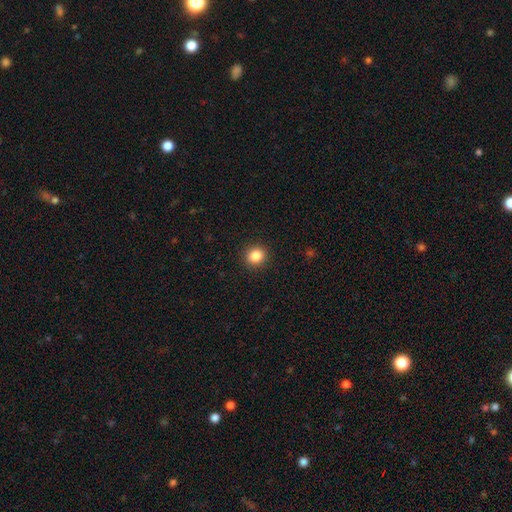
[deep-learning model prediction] A smooth galaxy with no disk features (85%) that is round (83%).

Vote fractions:
- Smooth or featured? smooth: 85% / star or artifact: 10% / featured or disk: 4%
- How rounded? round: 83% / in between: 16% / cigar-shaped: 1%
- Merging? none: 92% / minor disturbance: 5% / major disturbance: 2% / merger: 1%